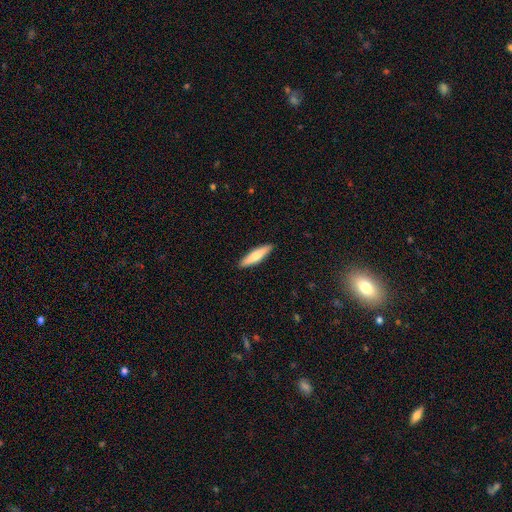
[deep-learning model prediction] Morphology: type=smooth (73%); roundness=cigar-shaped (79%); merging=none (91%).